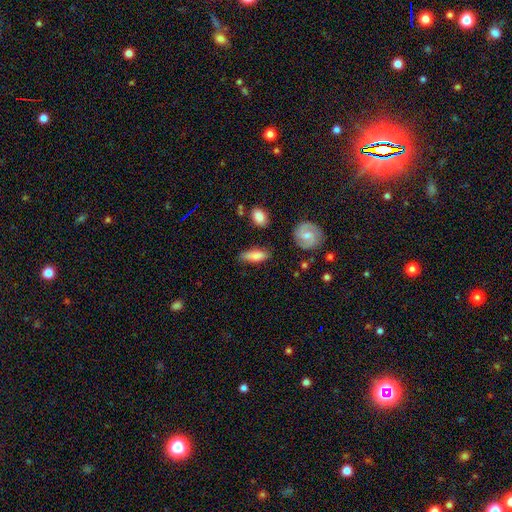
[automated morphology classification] The model was most divided on "how rounded": in between: 62%, cigar-shaped: 35%, round: 3%. More confident: smooth or featured — smooth (75%); merging — none (74%).